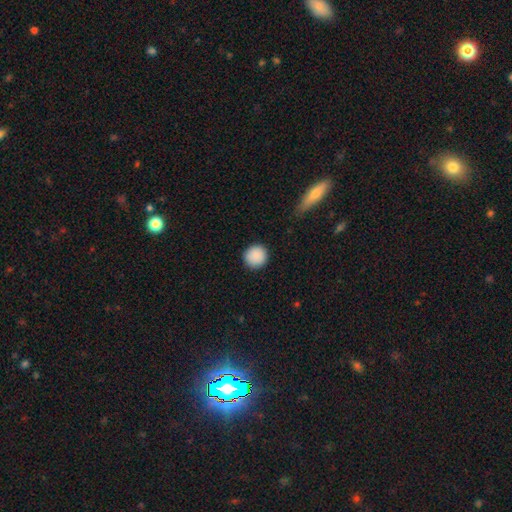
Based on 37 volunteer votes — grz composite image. It shows a smooth galaxy with no disk features (92%) that is round (91%). Merging: none (92%).